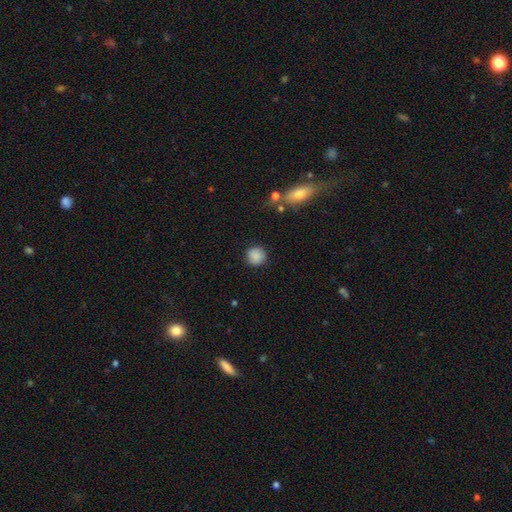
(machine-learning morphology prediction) type=smooth (87%); roundness=round (93%); merging=none (88%).